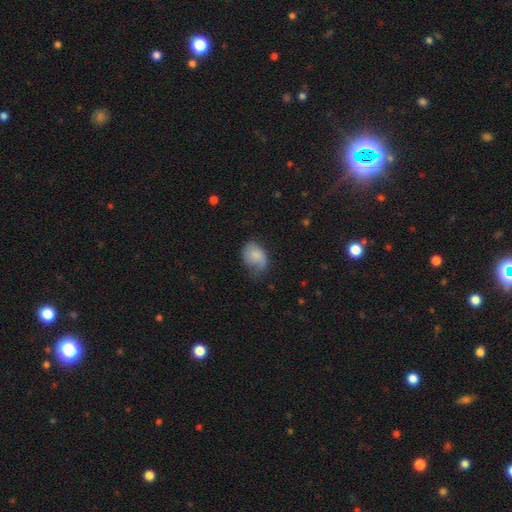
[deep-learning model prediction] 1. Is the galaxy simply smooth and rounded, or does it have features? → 69% smooth, 24% featured or disk, 7% star or artifact.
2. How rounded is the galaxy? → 73% in between, 26% round, 1% cigar-shaped.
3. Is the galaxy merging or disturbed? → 38% minor disturbance, 37% none, 23% major disturbance, 2% merger.